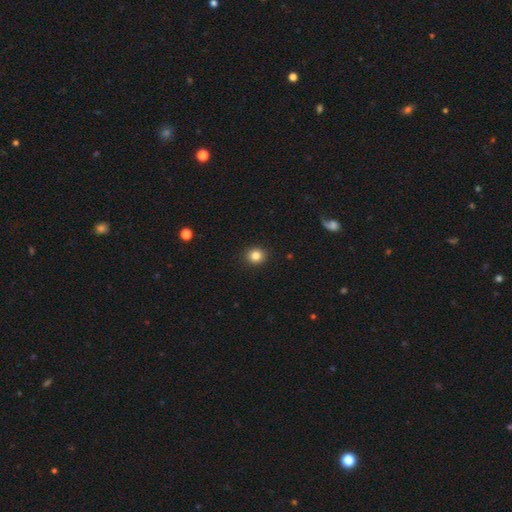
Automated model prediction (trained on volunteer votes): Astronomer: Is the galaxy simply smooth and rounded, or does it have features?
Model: smooth — 84%.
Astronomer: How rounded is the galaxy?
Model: round — 87%.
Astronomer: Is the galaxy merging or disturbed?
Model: none — 92%.